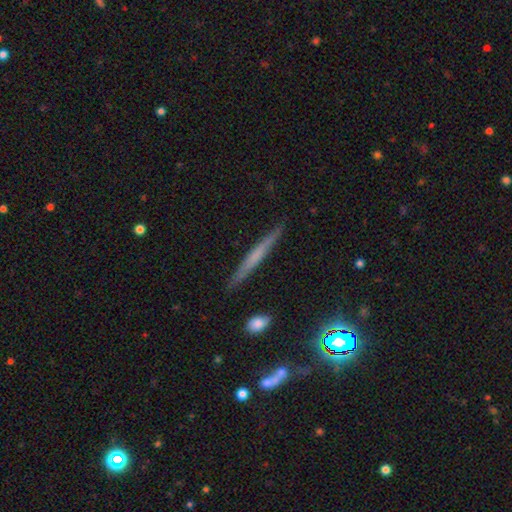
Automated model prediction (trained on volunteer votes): smooth-or-featured: featured or disk: 48% | smooth: 42% | star or artifact: 10%
  merging: none: 89% | minor disturbance: 8% | major disturbance: 2% | merger: 1%